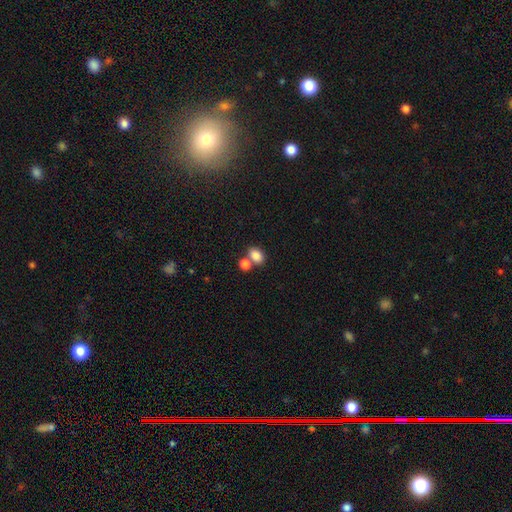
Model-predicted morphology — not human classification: Overall: smooth (84%). How rounded: in between (71%). Merging: none (51%; merger 37%).